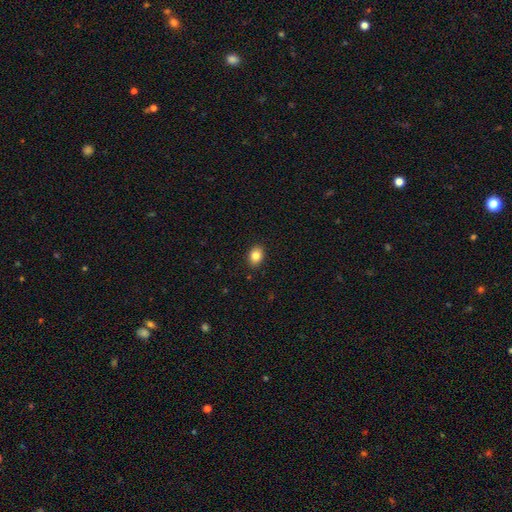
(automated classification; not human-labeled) Smooth or featured? Predicted: smooth (p=0.84). How rounded? Predicted: in between (p=0.67). Merging? Predicted: none (p=0.90).